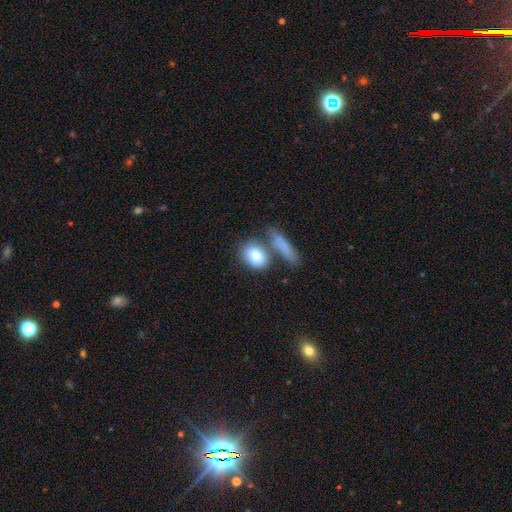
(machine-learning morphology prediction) smooth 81%, featured or disk 12%, star or artifact 7%. Down the decision tree: how rounded — in between (58%); merging — none (54%).